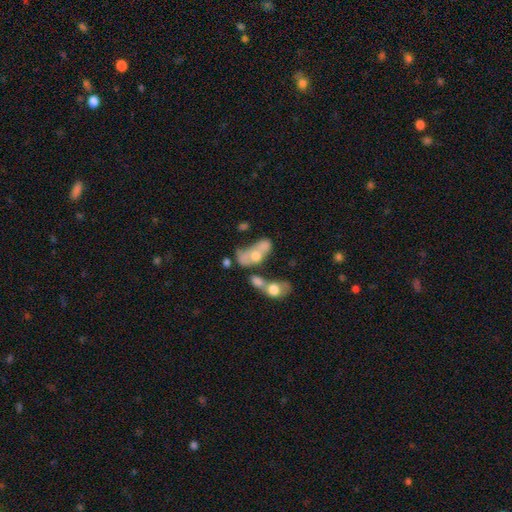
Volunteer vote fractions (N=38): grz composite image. It shows a smooth galaxy with no disk features (58%) that is in between round and cigar-shaped (68%). Merging: merger (64%).